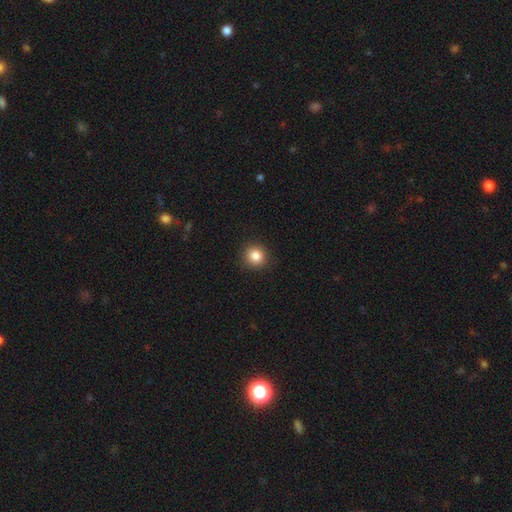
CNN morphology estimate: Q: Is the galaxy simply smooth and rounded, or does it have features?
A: smooth — 85%.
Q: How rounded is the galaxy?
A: round — 90%.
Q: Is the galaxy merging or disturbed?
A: none — 91%.